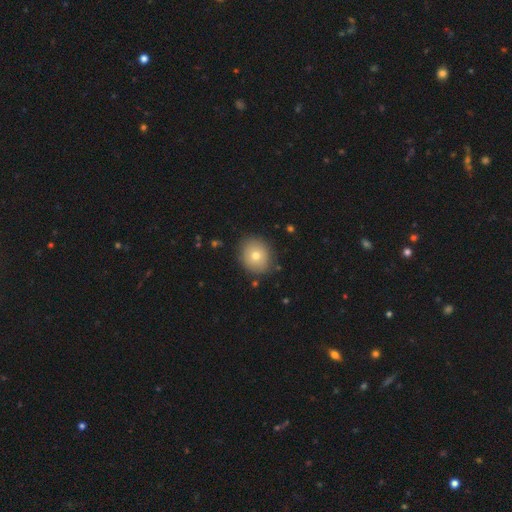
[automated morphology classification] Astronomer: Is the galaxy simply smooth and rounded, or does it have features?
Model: smooth — 73%.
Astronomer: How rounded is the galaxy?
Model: round — 70%.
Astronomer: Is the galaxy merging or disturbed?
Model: none — 86%.